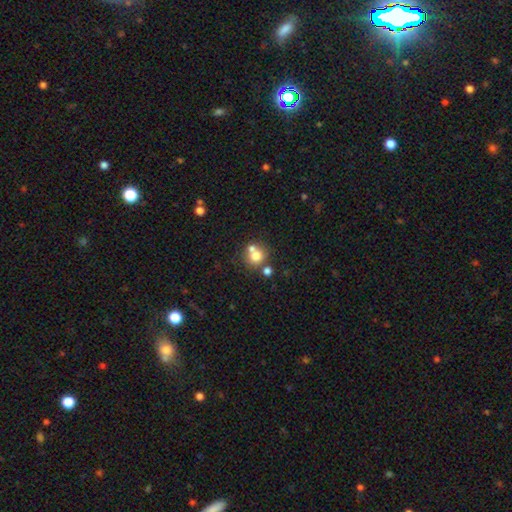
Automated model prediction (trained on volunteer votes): Smooth or featured: smooth — 72% (featured or disk — 15%)
How rounded: round — 87% (in between — 12%)
Merging: none — 52% (merger — 37%)